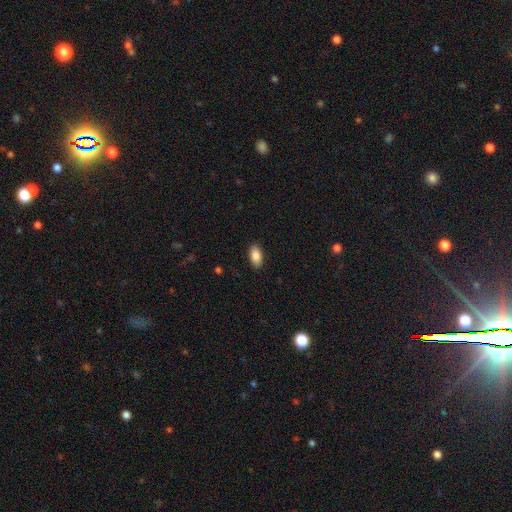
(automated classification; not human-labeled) Smooth or featured? Predicted: smooth (p=0.88). How rounded? Predicted: in between (p=0.93). Merging? Predicted: none (p=0.89).